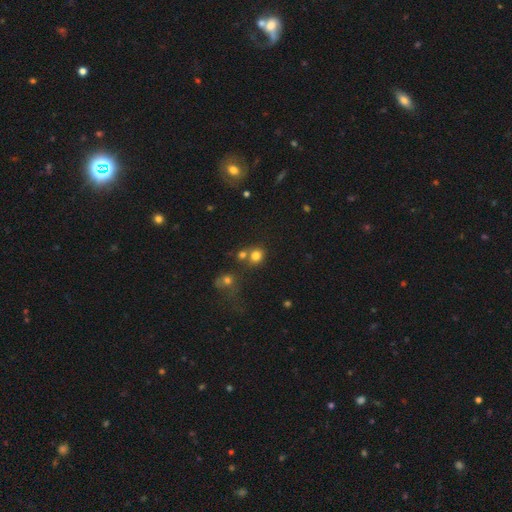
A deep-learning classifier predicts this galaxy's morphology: A smooth galaxy with no disk features (77%) that is round (79%).

Vote fractions:
- Smooth or featured? smooth: 77% / star or artifact: 15% / featured or disk: 8%
- How rounded? round: 79% / in between: 20% / cigar-shaped: 1%
- Merging? none: 55% / merger: 30% / minor disturbance: 10% / major disturbance: 5%